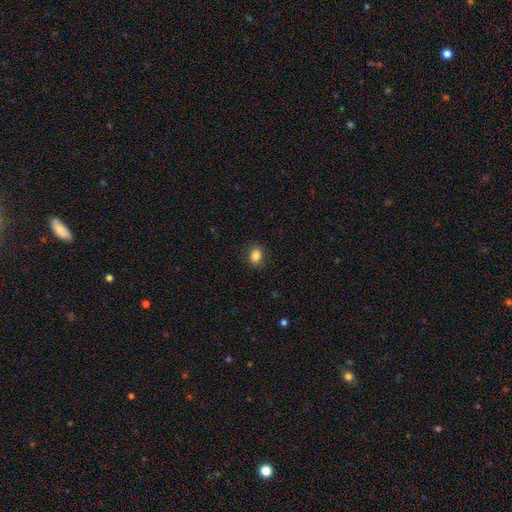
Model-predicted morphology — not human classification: A smooth galaxy with no disk features (85%) that is in between round and cigar-shaped (62%). Merging: none (87%).